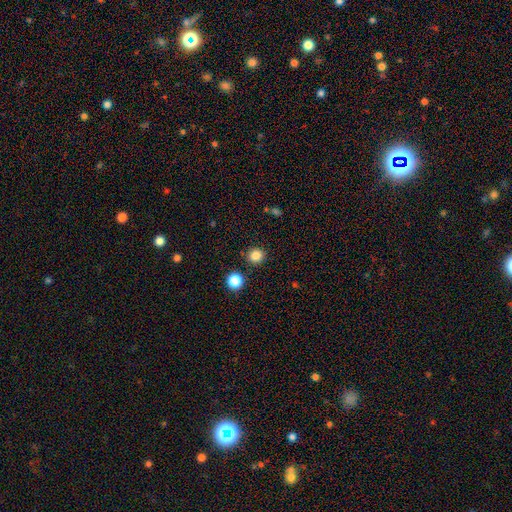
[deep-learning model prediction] A smooth galaxy with no disk features (83%) that is round (91%).

Vote fractions:
- Smooth or featured? smooth: 83% / star or artifact: 13% / featured or disk: 4%
- How rounded? round: 91% / in between: 8% / cigar-shaped: 1%
- Merging? none: 88% / minor disturbance: 6% / merger: 3% / major disturbance: 2%